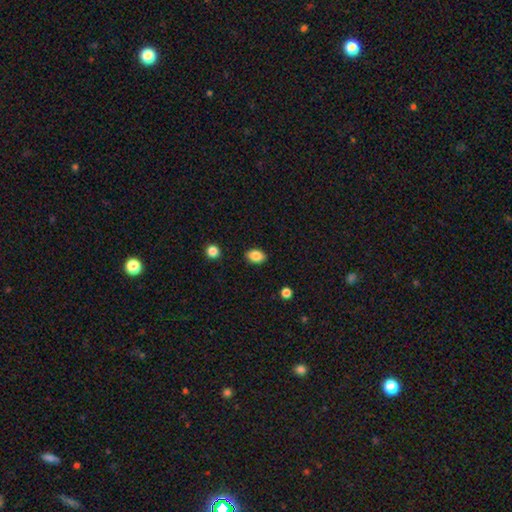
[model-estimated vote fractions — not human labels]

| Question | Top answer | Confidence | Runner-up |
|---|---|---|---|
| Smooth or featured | smooth | 87% | star or artifact (9%) |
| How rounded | in between | 80% | round (19%) |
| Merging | none | 88% | minor disturbance (9%) |